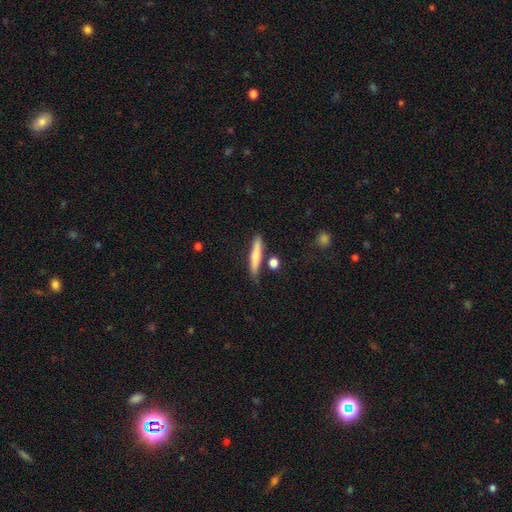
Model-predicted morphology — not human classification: This is likely a smooth galaxy (66%). How rounded: clearly cigar-shaped (90%). Merging: likely none (80%).